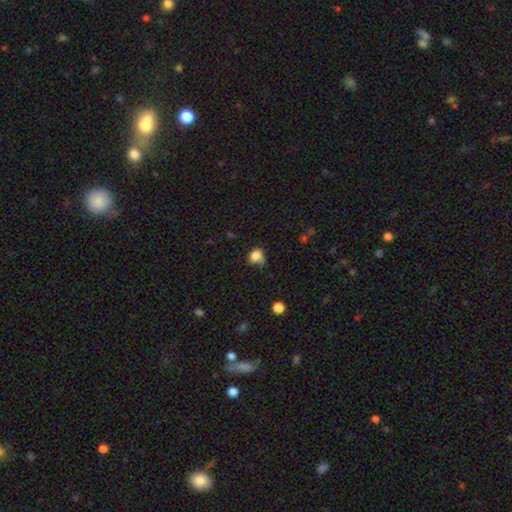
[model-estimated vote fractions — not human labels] The model was most divided on "how rounded": round: 51%, in between: 48%, cigar-shaped: 1%. Remaining: smooth or featured — smooth (80%); merging — none (45%).